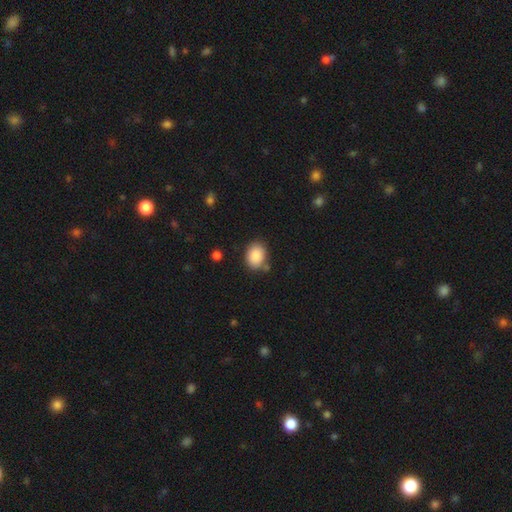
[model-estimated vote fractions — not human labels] Smooth or featured?
  - smooth: 87% *
  - star or artifact: 8%
  - featured or disk: 5%
How rounded?
  - in between: 61% *
  - round: 38%
  - cigar-shaped: 1%
Merging?
  - none: 75% *
  - minor disturbance: 15%
  - merger: 6%
  - major disturbance: 4%